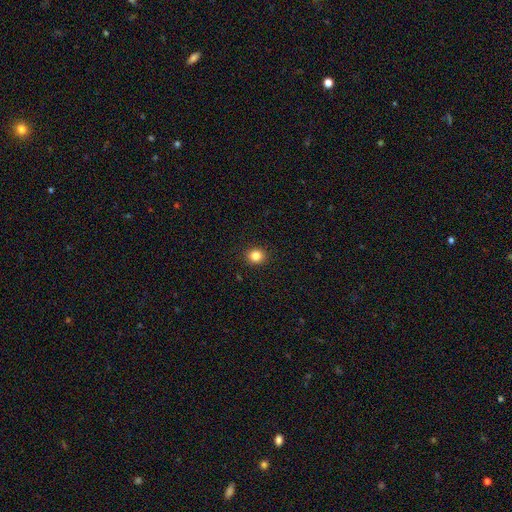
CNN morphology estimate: The model was most divided on "how rounded": round: 84%, in between: 15%, cigar-shaped: 1%. More confident: merging — none (92%); smooth or featured — smooth (84%).